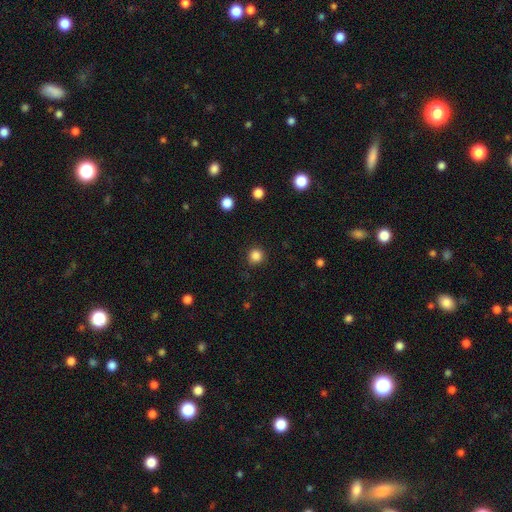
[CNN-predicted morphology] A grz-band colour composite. It shows a smooth galaxy with no disk features (85%) that is round (94%). Merging: none (89%).